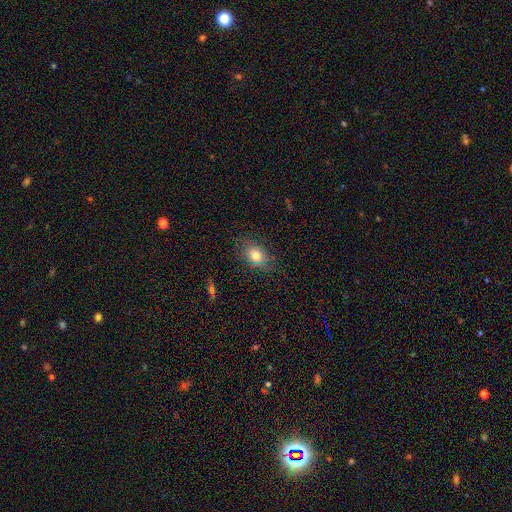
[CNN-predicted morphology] Q: Smooth or featured?
A: smooth (76%); runner-up: featured or disk (13%)
Q: How rounded?
A: in between (68%); runner-up: round (30%)
Q: Merging?
A: none (78%); runner-up: minor disturbance (16%)